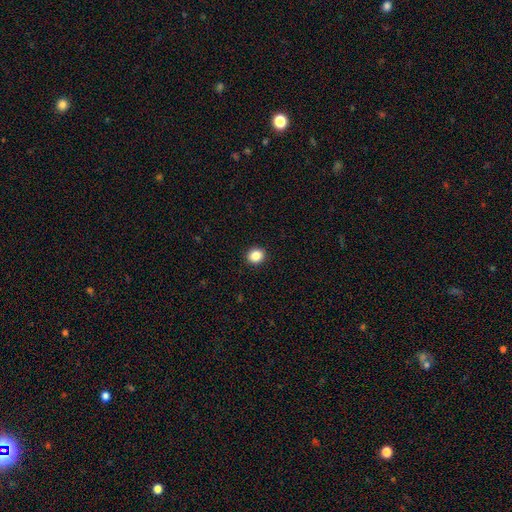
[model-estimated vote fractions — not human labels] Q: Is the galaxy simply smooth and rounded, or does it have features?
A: smooth — 85%.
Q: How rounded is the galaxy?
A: round — 78%.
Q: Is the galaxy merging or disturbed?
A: none — 92%.